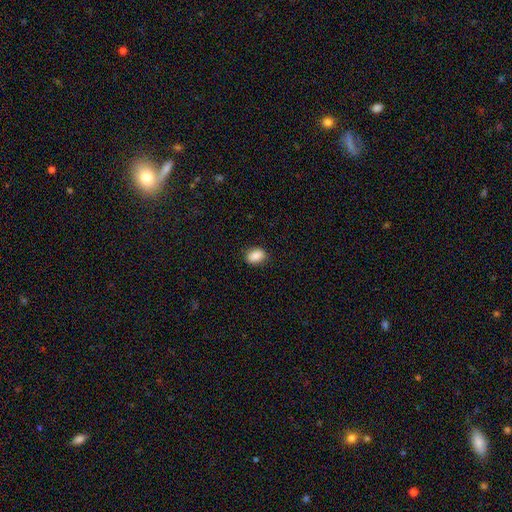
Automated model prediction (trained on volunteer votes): Morphology: type=smooth (88%); roundness=in between (82%); merging=none (86%).